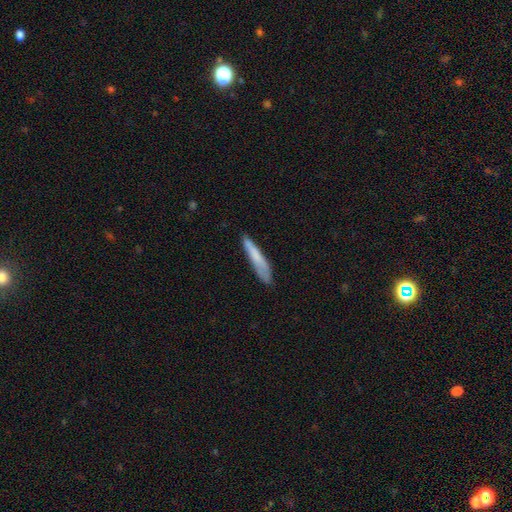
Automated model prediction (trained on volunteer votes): The model was most divided on "merging": none: 71%, minor disturbance: 22%, major disturbance: 5%, merger: 2%. More confident: how rounded — cigar-shaped (90%); smooth or featured — smooth (73%).